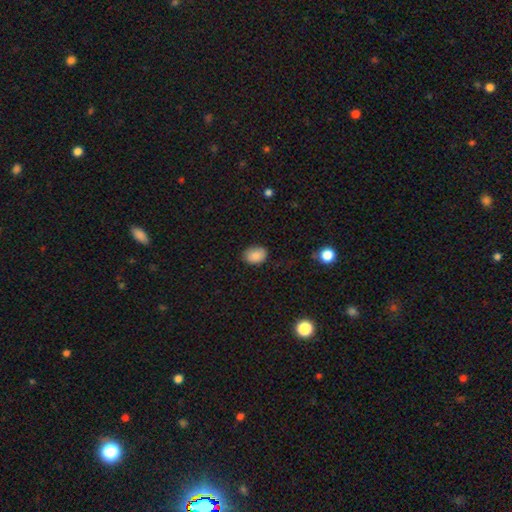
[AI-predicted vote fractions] Smooth or featured: smooth — 88% (star or artifact — 8%)
How rounded: in between — 74% (round — 25%)
Merging: none — 82% (minor disturbance — 14%)